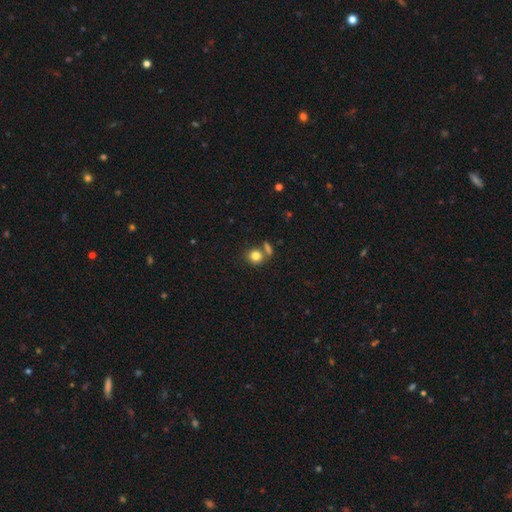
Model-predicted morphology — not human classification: The model was most divided on "merging": none: 65%, merger: 21%, minor disturbance: 11%, major disturbance: 4%. More confident: smooth or featured — smooth (81%); how rounded — round (79%).